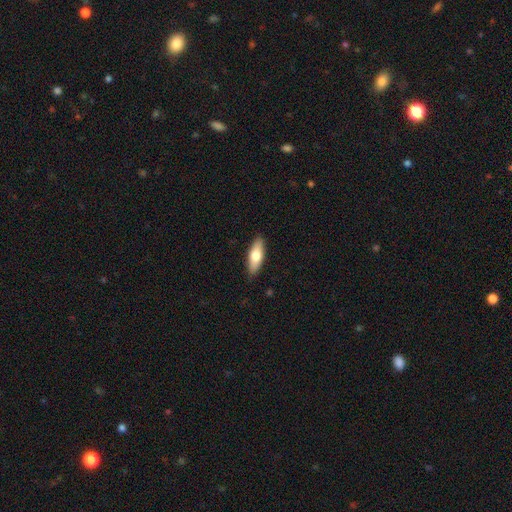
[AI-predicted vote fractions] Smooth or featured? Predicted: smooth (p=0.70). How rounded? Predicted: in between (p=0.66). Merging? Predicted: none (p=0.88).